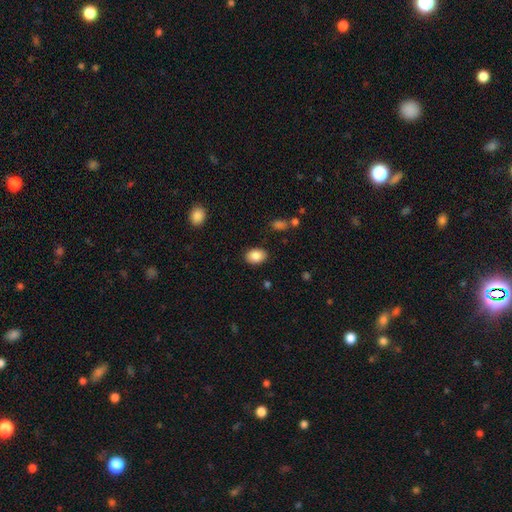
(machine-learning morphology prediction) smooth_or_featured: smooth (p=0.87) [alt: star or artifact p=0.08]
how_rounded: in between (p=0.81) [alt: round p=0.18]
merging: none (p=0.86) [alt: minor disturbance p=0.10]